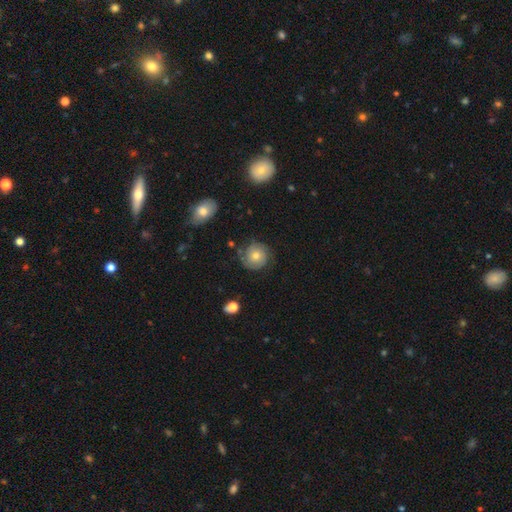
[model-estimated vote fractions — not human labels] Smooth or featured?
  - featured or disk: 59% *
  - smooth: 32%
  - star or artifact: 9%
Edge-on disk?
  - no: 97% *
  - yes: 3%
Bar?
  - no: 83% *
  - weak: 14%
  - strong: 3%
Spiral arms?
  - yes: 88% *
  - no: 12%
Spiral winding?
  - tight: 66% *
  - medium: 25%
  - loose: 9%
Spiral arm count?
  - 2: 60% *
  - can't tell: 21%
  - 3: 8%
  - 1: 6%
  - 4: 3%
  - more than 4: 3%
Bulge size?
  - moderate: 59% *
  - small: 35%
  - large: 3%
  - none: 1%
  - dominant: 1%
Merging?
  - none: 77% *
  - minor disturbance: 15%
  - major disturbance: 6%
  - merger: 2%